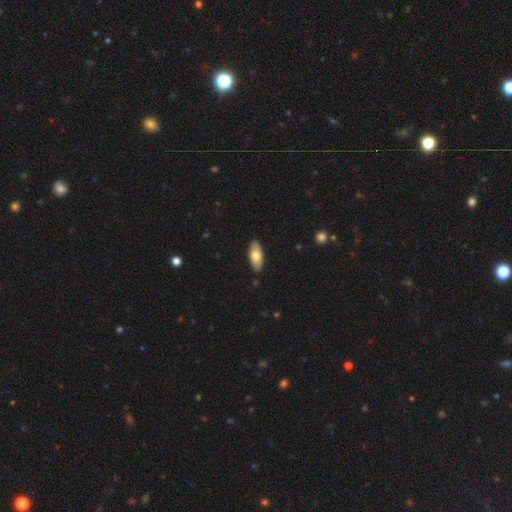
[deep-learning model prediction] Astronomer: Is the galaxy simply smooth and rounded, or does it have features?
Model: smooth — 72%.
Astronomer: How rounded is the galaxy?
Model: in between — 86%.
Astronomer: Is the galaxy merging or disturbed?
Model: none — 89%.